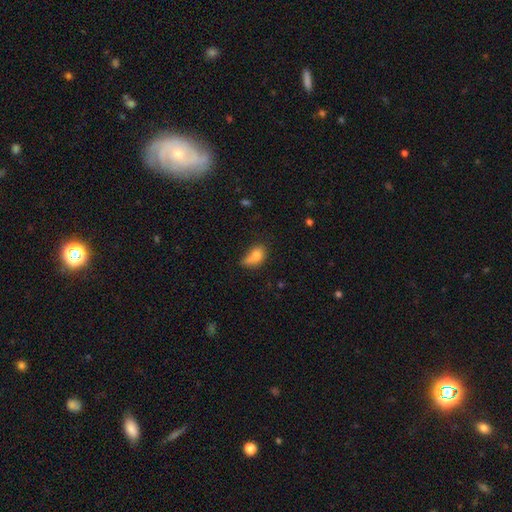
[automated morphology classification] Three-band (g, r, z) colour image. It shows a smooth galaxy with no disk features (77%) that is in between round and cigar-shaped (78%). Merging: none (34%).